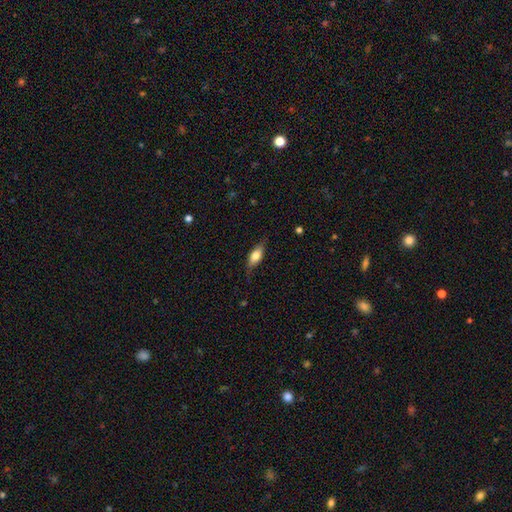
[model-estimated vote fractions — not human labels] smooth_or_featured: smooth (p=0.61) [alt: featured or disk p=0.33]
how_rounded: in between (p=0.72) [alt: cigar-shaped p=0.24]
merging: none (p=0.70) [alt: minor disturbance p=0.23]